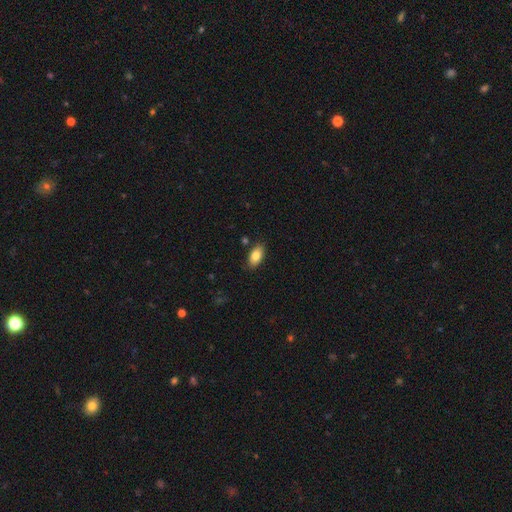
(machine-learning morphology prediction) Smooth or featured: smooth — 83% (featured or disk — 10%)
How rounded: in between — 92% (round — 4%)
Merging: none — 85% (minor disturbance — 10%)